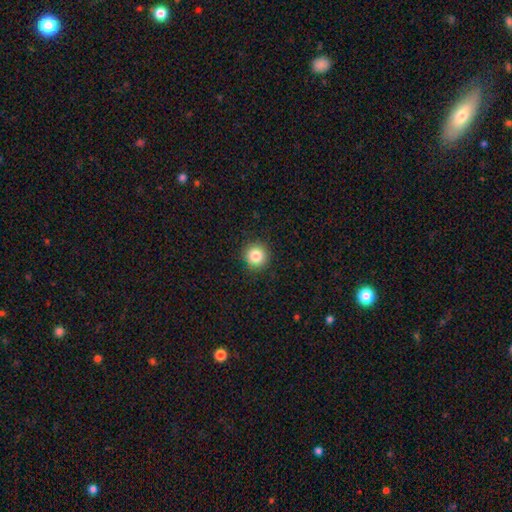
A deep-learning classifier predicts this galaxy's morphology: A smooth galaxy with no disk features (83%) that is round (94%).

Vote fractions:
- Smooth or featured? smooth: 83% / star or artifact: 11% / featured or disk: 6%
- How rounded? round: 94% / in between: 5% / cigar-shaped: 1%
- Merging? none: 91% / minor disturbance: 6% / major disturbance: 2% / merger: 1%